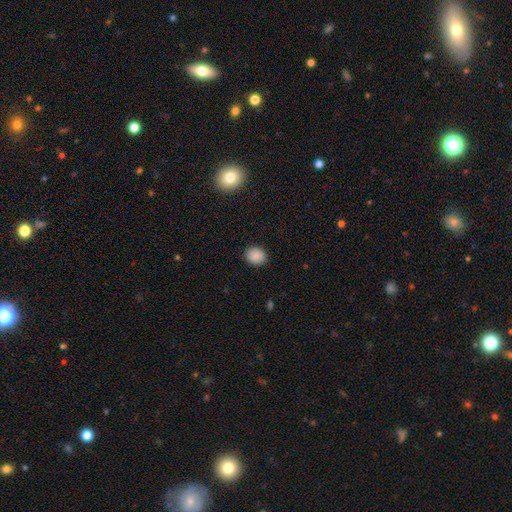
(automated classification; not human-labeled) Morphology: type=smooth (88%); roundness=round (63%); merging=none (89%).